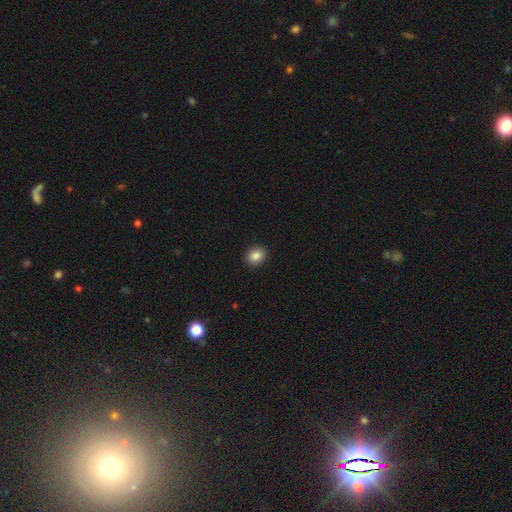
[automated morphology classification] smooth_or_featured: smooth (p=0.87) [alt: star or artifact p=0.09]
how_rounded: round (p=0.58) [alt: in between p=0.41]
merging: none (p=0.91) [alt: minor disturbance p=0.06]